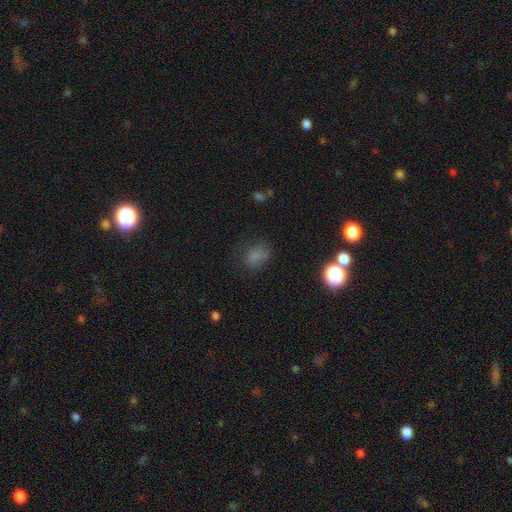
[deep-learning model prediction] This appears to be a smooth galaxy with no disk features (72%) that is in between round and cigar-shaped (60%). Merging: none (66%).